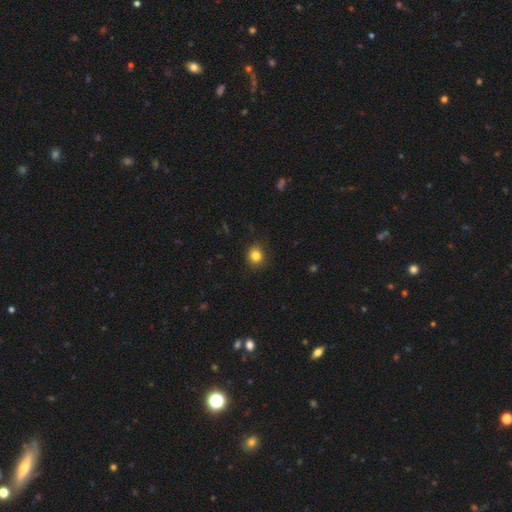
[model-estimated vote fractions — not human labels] Q: Smooth or featured?
A: smooth (83%); runner-up: star or artifact (11%)
Q: How rounded?
A: round (81%); runner-up: in between (18%)
Q: Merging?
A: none (87%); runner-up: minor disturbance (9%)